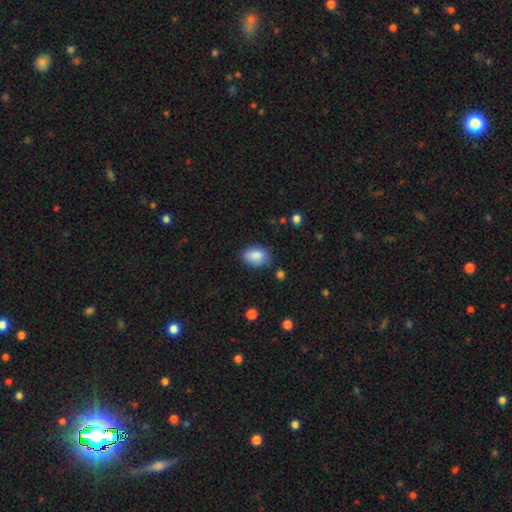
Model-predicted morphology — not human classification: This appears to be a smooth galaxy with no disk features (87%) that is in between round and cigar-shaped (85%). Merging: none (74%).